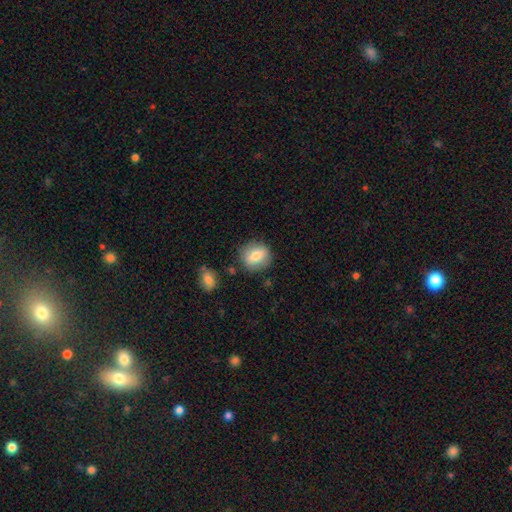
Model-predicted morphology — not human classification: Overall: smooth (73%). How rounded: round (75%). Merging: none (83%).